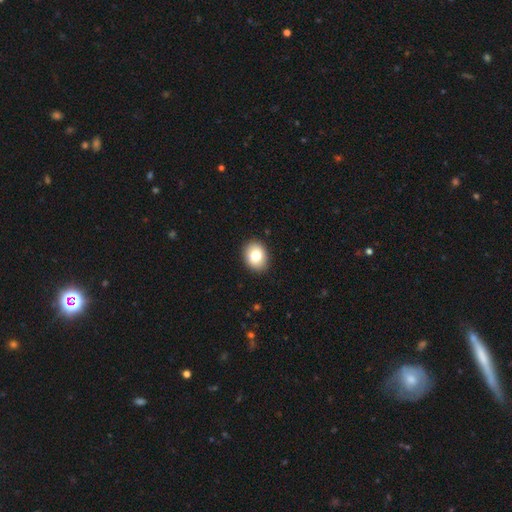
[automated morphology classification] Smooth or featured? smooth (80%)
How rounded? in between (57%)
Merging? none (90%)